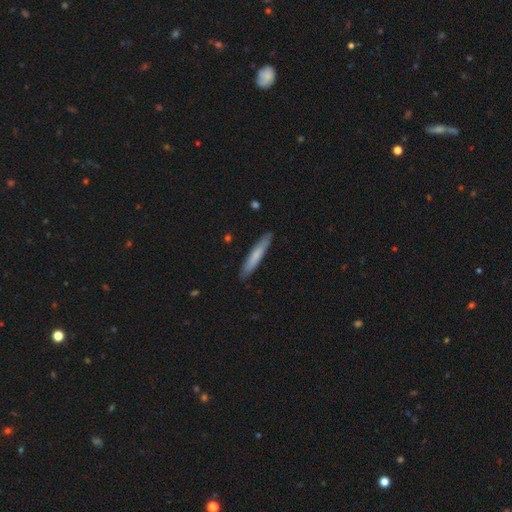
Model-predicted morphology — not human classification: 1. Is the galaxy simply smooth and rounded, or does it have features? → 70% smooth, 25% featured or disk, 5% star or artifact.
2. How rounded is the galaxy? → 94% cigar-shaped, 5% in between, 1% round.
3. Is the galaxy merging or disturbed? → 89% none, 8% minor disturbance, 1% major disturbance, 1% merger.